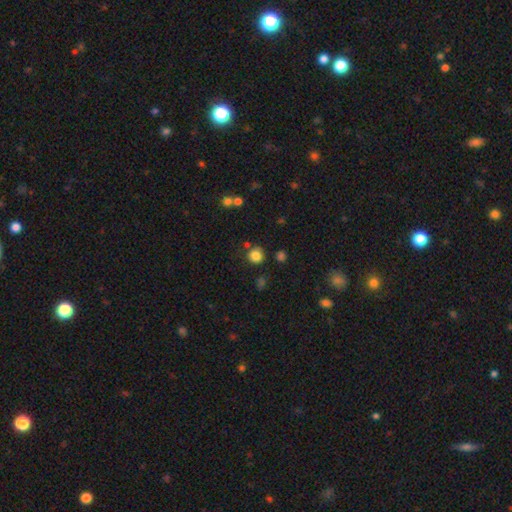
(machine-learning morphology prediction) A smooth galaxy with no disk features (82%) that is round (92%). Merging: none (81%).